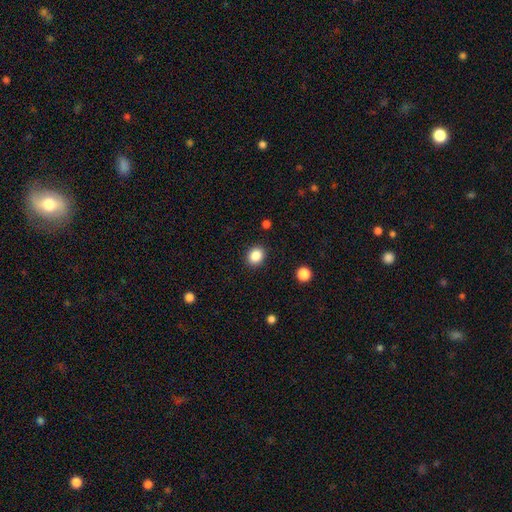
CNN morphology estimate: Smooth or featured: smooth — 86% (star or artifact — 10%)
How rounded: round — 62% (in between — 38%)
Merging: none — 90% (minor disturbance — 7%)